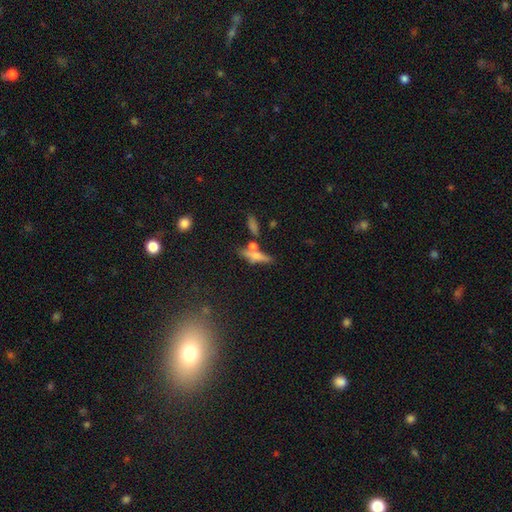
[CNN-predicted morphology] smooth 53%, featured or disk 35%, star or artifact 12%. Down the decision tree: how rounded — cigar-shaped (66%); merging — none (57%).